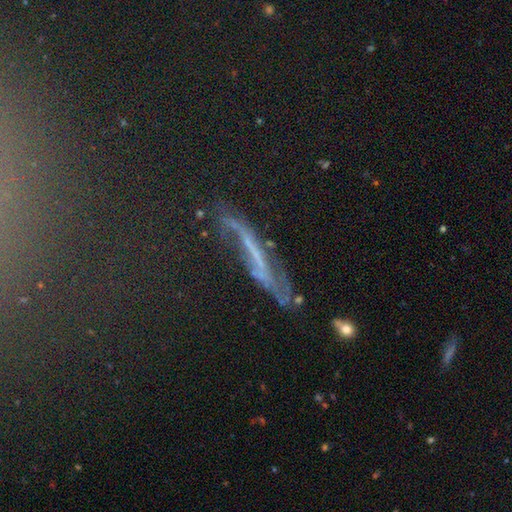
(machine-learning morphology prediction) smooth_or_featured: featured or disk (p=0.54) [alt: star or artifact p=0.25]
disk_edge_on: yes (p=0.50) [tied with: no p=0.50]
merging: none (p=0.55) [alt: minor disturbance p=0.25]